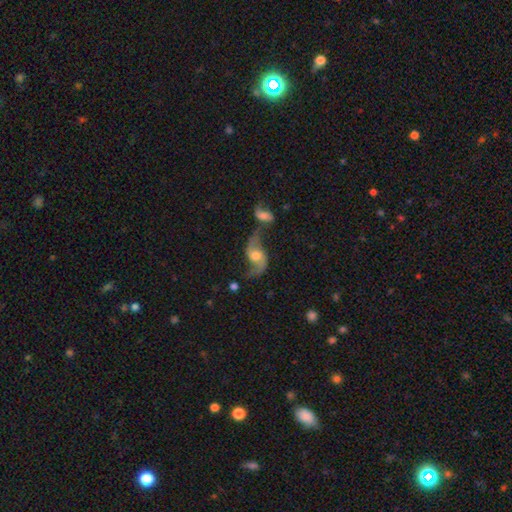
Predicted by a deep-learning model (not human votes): Smooth or featured: featured or disk — 83% (smooth — 11%)
Edge-on disk: no — 96% (yes — 4%)
Bar: no — 55% (weak — 36%)
Spiral arms: yes — 93% (no — 7%)
Spiral winding: loose — 81% (medium — 15%)
Spiral arm count: 2 — 91% (1 — 3%)
Bulge size: moderate — 63% (small — 18%)
Merging: none — 41% (merger — 32%)